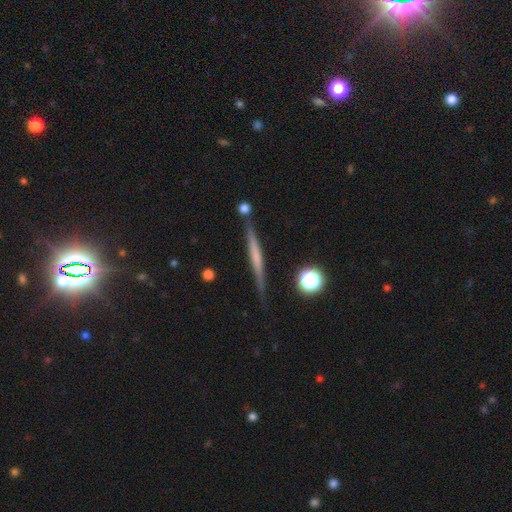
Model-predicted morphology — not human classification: This is possibly a featured or disk galaxy (55%). It is clearly viewed edge-on (97%). Edge-on bulge: likely none (71%). Merging: clearly none (83%).